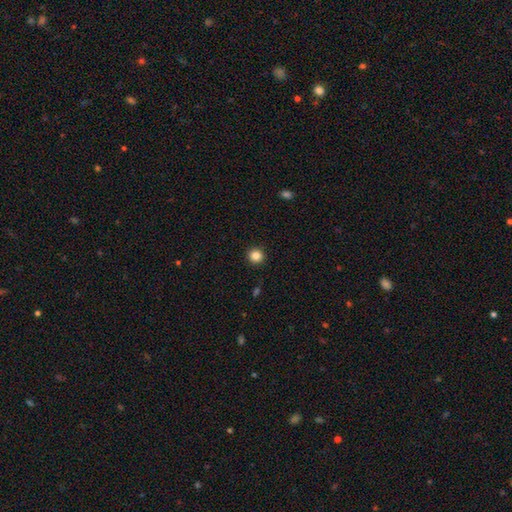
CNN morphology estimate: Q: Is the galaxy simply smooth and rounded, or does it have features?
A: smooth — 84%.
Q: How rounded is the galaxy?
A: round — 93%.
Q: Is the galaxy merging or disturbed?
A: none — 93%.